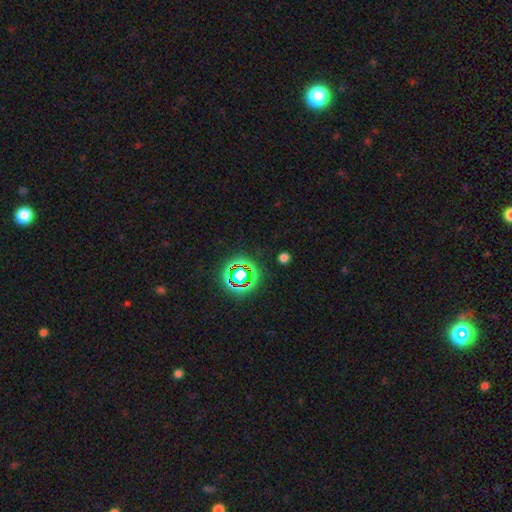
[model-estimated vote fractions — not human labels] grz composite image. It shows a star or artifact, not a galaxy (70%).